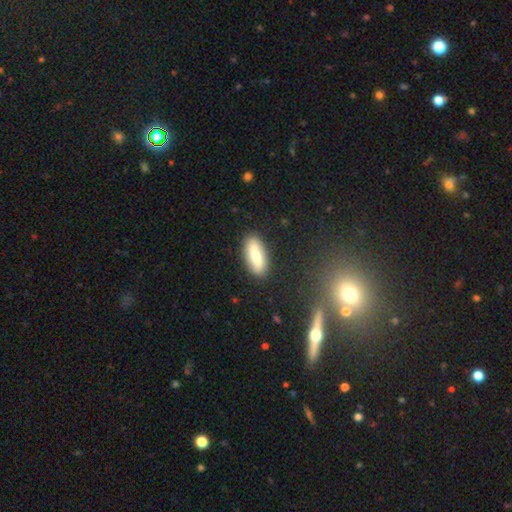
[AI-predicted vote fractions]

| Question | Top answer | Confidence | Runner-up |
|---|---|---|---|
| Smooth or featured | smooth | 69% | featured or disk (25%) |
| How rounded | in between | 71% | cigar-shaped (27%) |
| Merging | none | 87% | minor disturbance (9%) |